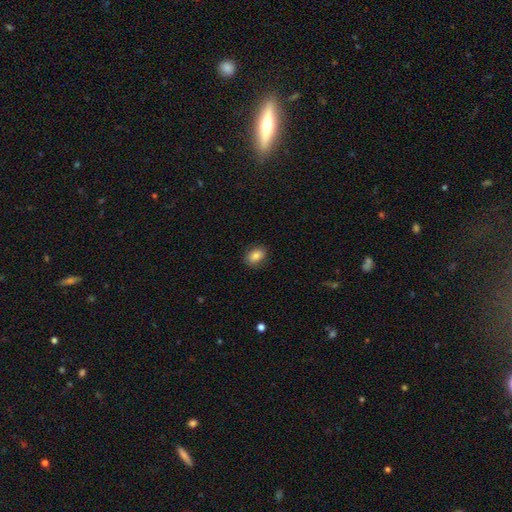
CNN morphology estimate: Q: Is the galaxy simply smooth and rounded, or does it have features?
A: smooth — 83%.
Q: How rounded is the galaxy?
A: in between — 69%.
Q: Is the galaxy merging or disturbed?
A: none — 84%.